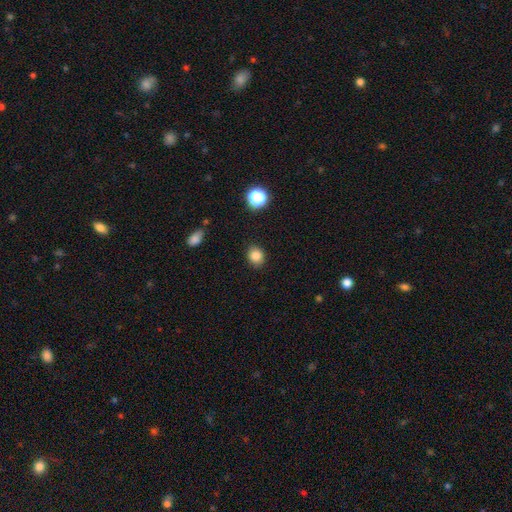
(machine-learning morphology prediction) Smooth or featured?
  - smooth: 84% *
  - star or artifact: 11%
  - featured or disk: 5%
How rounded?
  - round: 67% *
  - in between: 32%
  - cigar-shaped: 1%
Merging?
  - none: 88% *
  - minor disturbance: 8%
  - major disturbance: 2%
  - merger: 1%